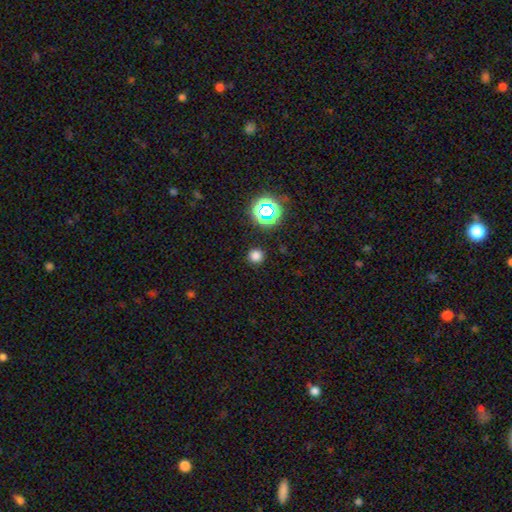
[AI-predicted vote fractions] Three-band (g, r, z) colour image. It shows a smooth galaxy with no disk features (75%) that is round (94%). Merging: none (89%).